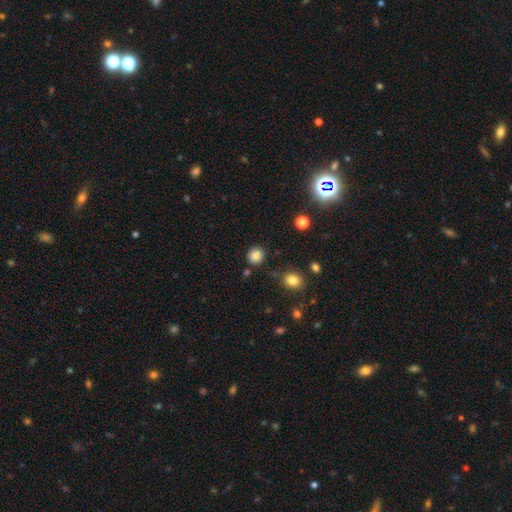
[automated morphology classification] The model was most divided on "how rounded": round: 86%, in between: 13%, cigar-shaped: 1%. More confident: smooth or featured — smooth (85%); merging — none (84%).